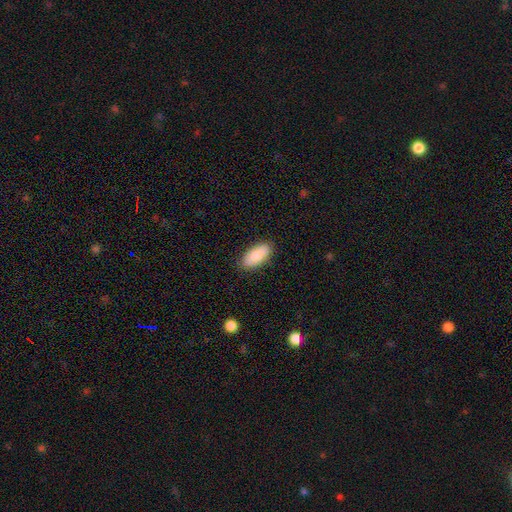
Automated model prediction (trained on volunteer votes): Q: Smooth or featured?
A: smooth (85%); runner-up: featured or disk (9%)
Q: How rounded?
A: in between (89%); runner-up: cigar-shaped (9%)
Q: Merging?
A: none (87%); runner-up: minor disturbance (10%)